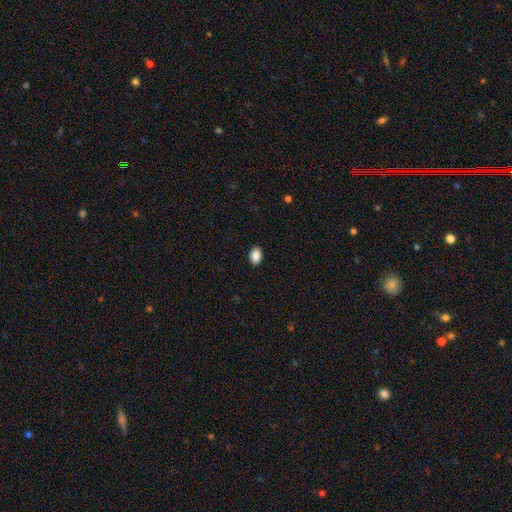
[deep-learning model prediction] smooth-or-featured: smooth: 89% | star or artifact: 8% | featured or disk: 4%
  how-rounded: in between: 87% | round: 12% | cigar-shaped: 1%
  merging: none: 90% | minor disturbance: 7% | major disturbance: 2% | merger: 1%